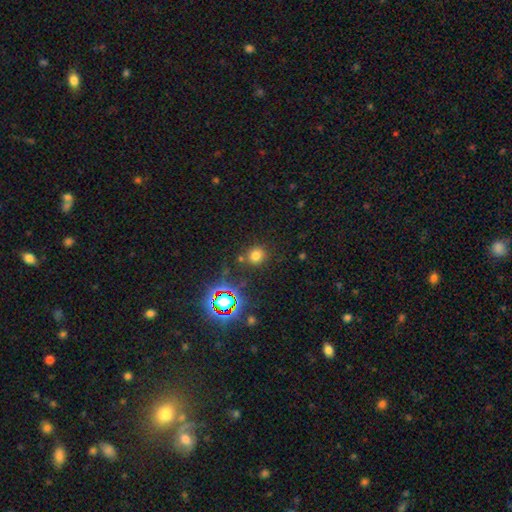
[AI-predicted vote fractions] Smooth or featured?
  - smooth: 70% *
  - star or artifact: 23%
  - featured or disk: 7%
How rounded?
  - round: 85% *
  - in between: 14%
  - cigar-shaped: 1%
Merging?
  - none: 79% *
  - minor disturbance: 10%
  - merger: 7%
  - major disturbance: 4%